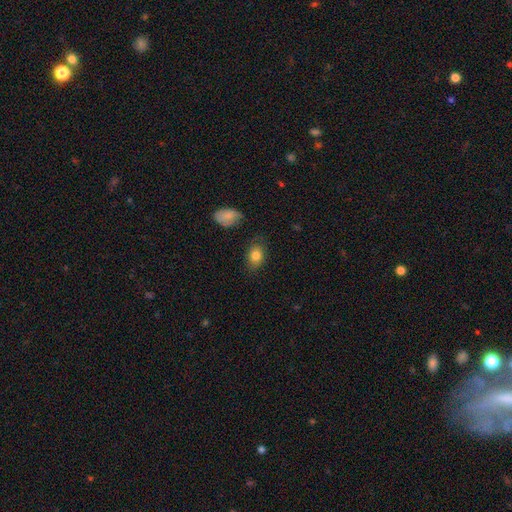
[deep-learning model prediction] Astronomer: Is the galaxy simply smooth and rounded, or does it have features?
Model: smooth — 82%.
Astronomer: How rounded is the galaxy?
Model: in between — 76%.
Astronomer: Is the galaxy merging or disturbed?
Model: none — 77%.